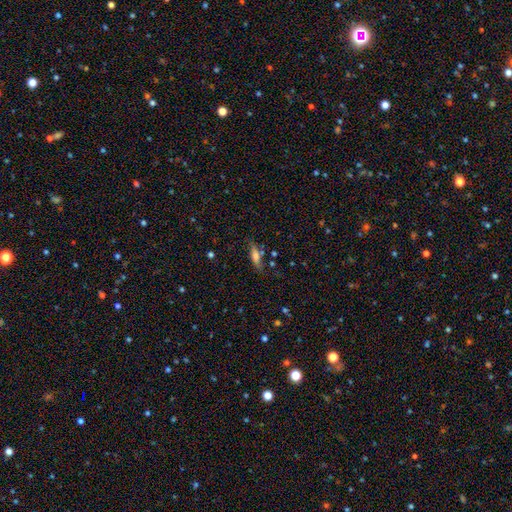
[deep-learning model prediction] A smooth galaxy with no disk features (64%) that is cigar-shaped (52%). Merging: none (68%).